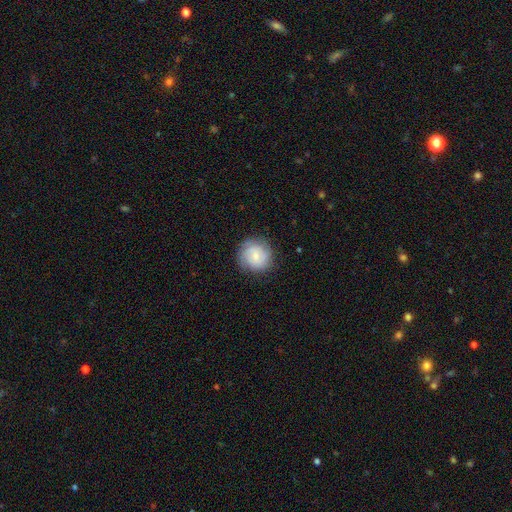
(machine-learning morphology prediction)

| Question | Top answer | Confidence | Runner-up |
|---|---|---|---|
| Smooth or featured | smooth | 48% | featured or disk (44%) |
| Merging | none | 81% | minor disturbance (13%) |